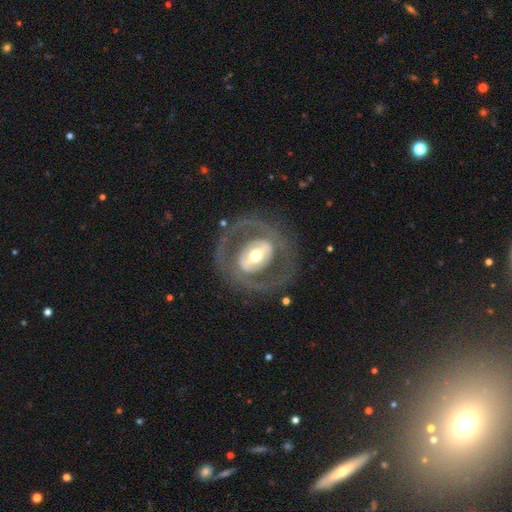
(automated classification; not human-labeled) Smooth or featured: featured or disk — 76% (smooth — 18%)
Edge-on disk: no — 94% (yes — 6%)
Bar: strong — 46% (weak — 29%)
Spiral arms: no — 57% (yes — 43%)
Bulge size: moderate — 64% (large — 18%)
Merging: none — 74% (major disturbance — 13%)